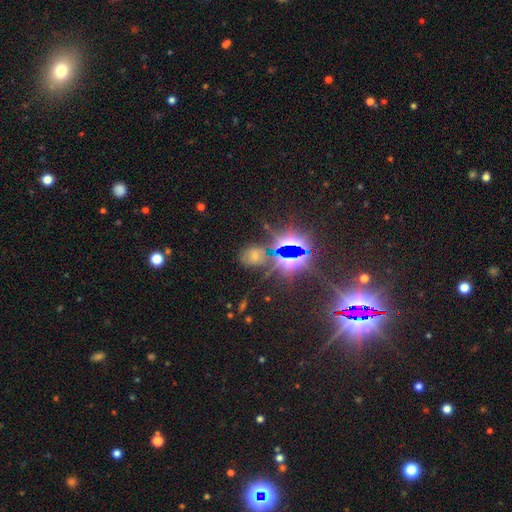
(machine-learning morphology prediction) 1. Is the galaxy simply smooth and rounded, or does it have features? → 52% star or artifact, 32% smooth, 16% featured or disk.